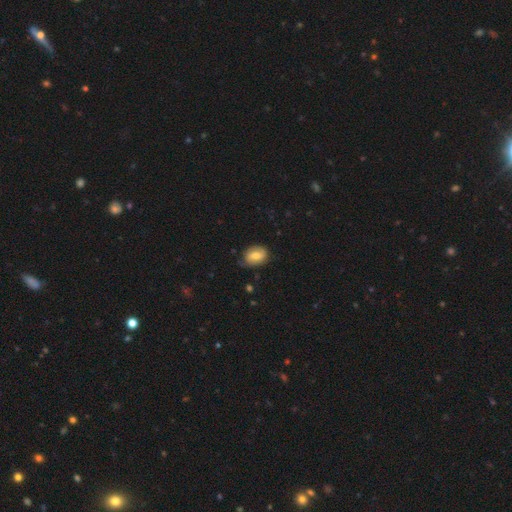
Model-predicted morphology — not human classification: This is likely a smooth galaxy (66%). How rounded: likely in between (72%). Merging: likely none (65%).